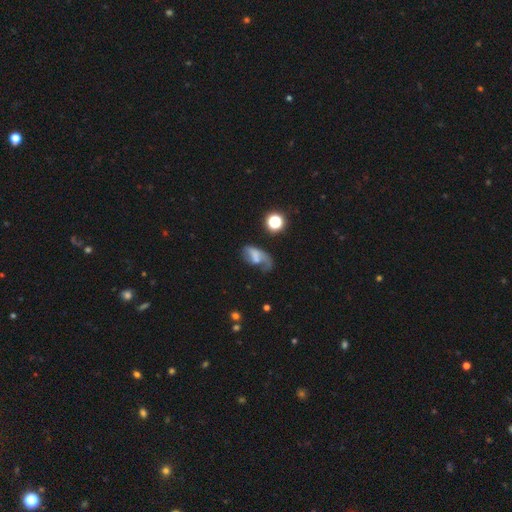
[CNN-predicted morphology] Smooth or featured? featured or disk (43%, tied with smooth)
Merging? major disturbance (39%)